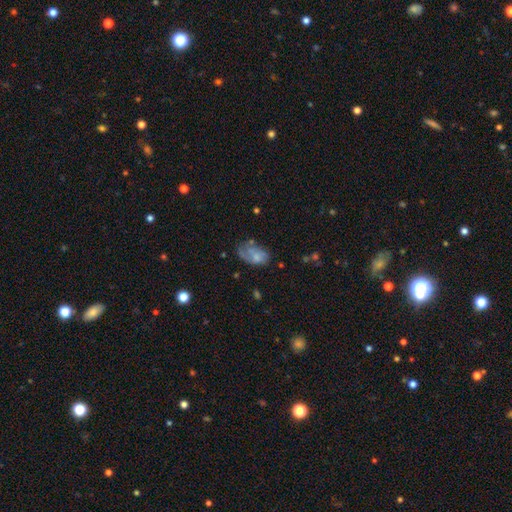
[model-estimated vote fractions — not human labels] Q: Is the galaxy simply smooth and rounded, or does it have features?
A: smooth — 54%.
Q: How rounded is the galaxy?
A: in between — 90%.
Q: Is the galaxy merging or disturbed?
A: none — 43%.